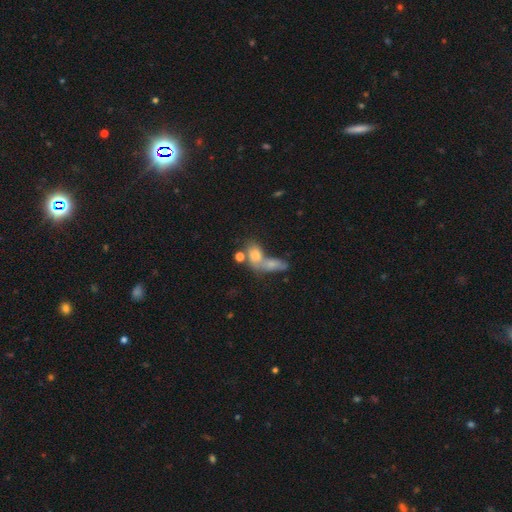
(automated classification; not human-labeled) Overall: smooth (62%; featured or disk 22%). How rounded: in between (64%; round 28%). Merging: merger (59%; none 24%).